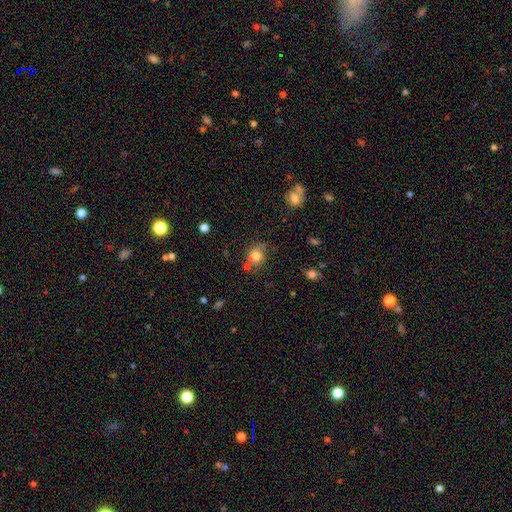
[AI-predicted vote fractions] Smooth or featured? Predicted: smooth (p=0.76). How rounded? Predicted: round (p=0.68). Merging? Predicted: none (p=0.56).